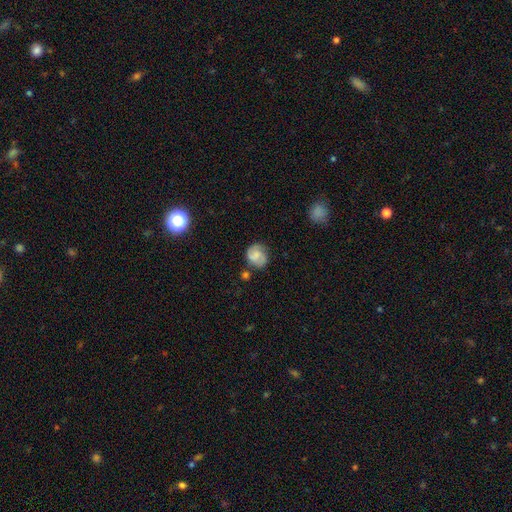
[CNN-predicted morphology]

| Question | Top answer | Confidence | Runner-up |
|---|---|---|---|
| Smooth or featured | smooth | 47% | featured or disk (44%) |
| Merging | none | 66% | minor disturbance (21%) |